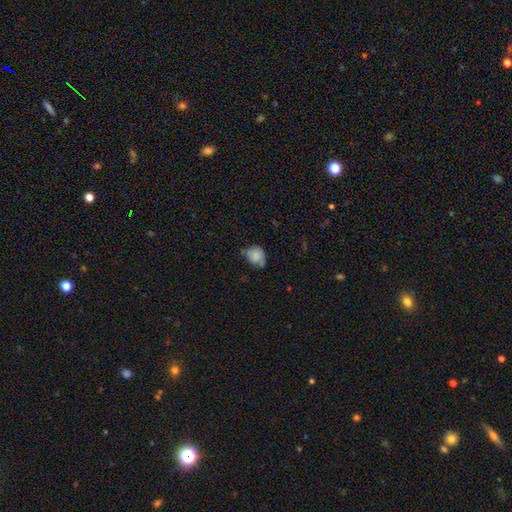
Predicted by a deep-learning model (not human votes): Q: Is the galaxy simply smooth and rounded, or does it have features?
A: smooth — 71%.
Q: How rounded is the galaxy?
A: in between — 51%.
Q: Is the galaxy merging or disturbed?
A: none — 44%.